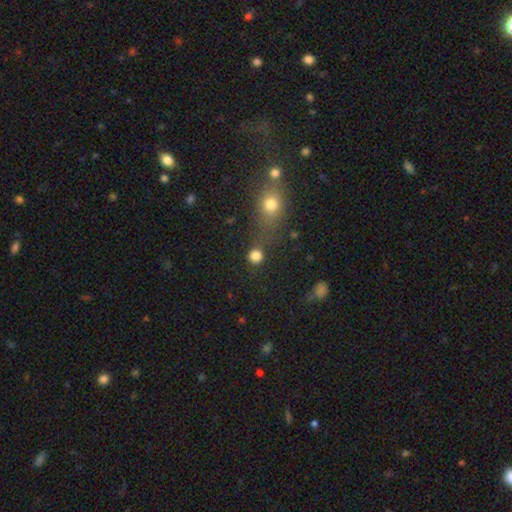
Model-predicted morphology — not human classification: This is clearly a smooth galaxy (82%). How rounded: clearly round (90%). Merging: likely none (76%).